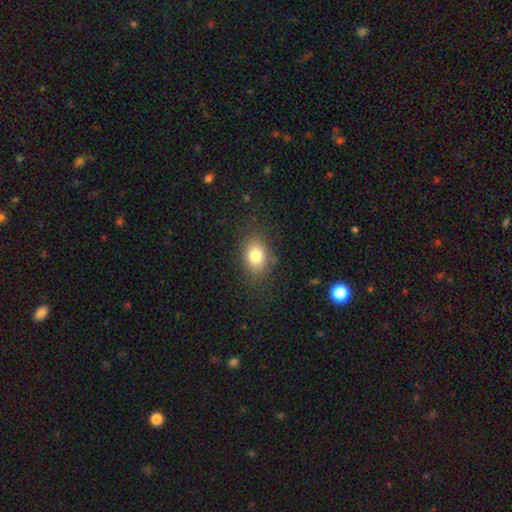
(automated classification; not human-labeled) Overall: smooth (79%). How rounded: in between (69%; round 29%). Merging: none (82%).